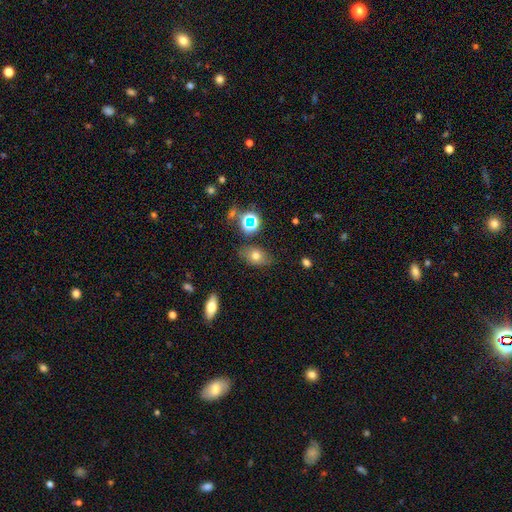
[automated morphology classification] Q: Smooth or featured?
A: smooth (68%); runner-up: featured or disk (17%)
Q: How rounded?
A: in between (81%); runner-up: round (17%)
Q: Merging?
A: none (76%); runner-up: minor disturbance (16%)